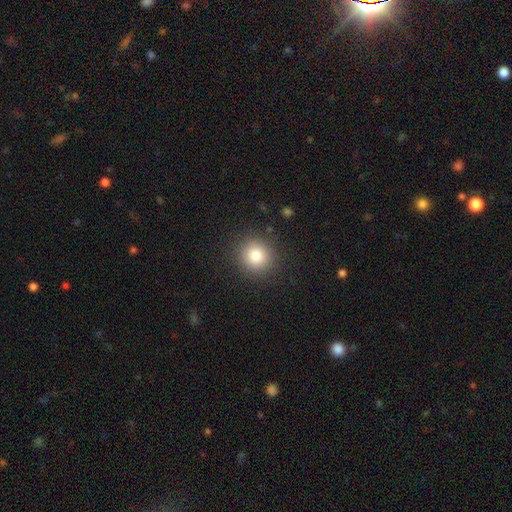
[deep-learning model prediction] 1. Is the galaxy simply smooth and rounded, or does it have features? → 82% smooth, 11% star or artifact, 7% featured or disk.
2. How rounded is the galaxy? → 89% round, 10% in between, 1% cigar-shaped.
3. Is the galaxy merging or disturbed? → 89% none, 7% minor disturbance, 3% major disturbance, 1% merger.